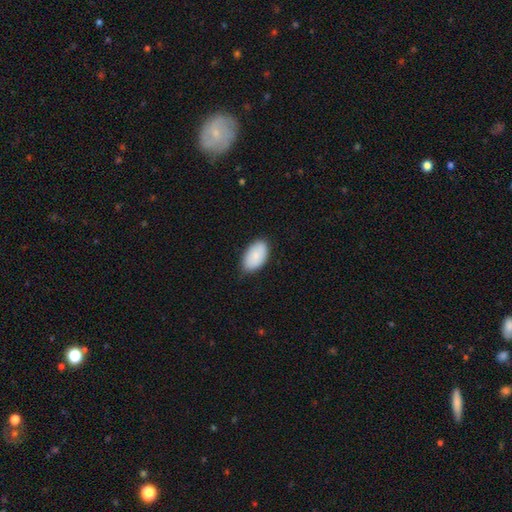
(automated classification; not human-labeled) A smooth galaxy with no disk features (85%) that is in between round and cigar-shaped (95%). Merging: none (81%).